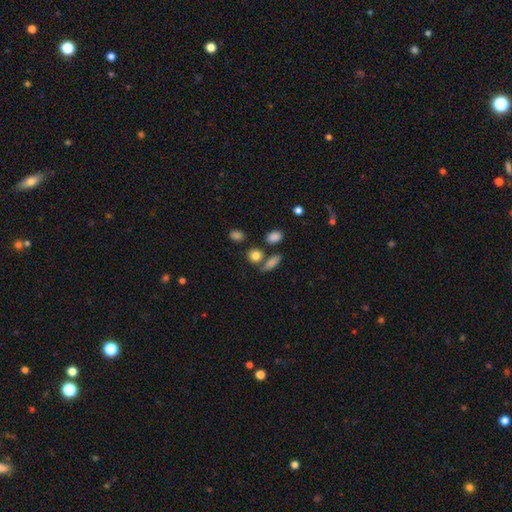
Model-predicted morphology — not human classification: This is clearly a smooth galaxy (82%). How rounded: likely round (69%). Merging: likely none (67%).